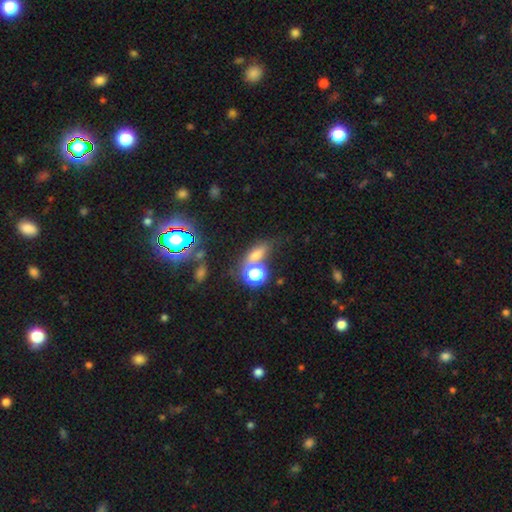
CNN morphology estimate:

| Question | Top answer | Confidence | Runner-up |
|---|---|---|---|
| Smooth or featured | smooth | 64% | star or artifact (24%) |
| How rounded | in between | 56% | round (30%) |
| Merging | none | 50% | merger (31%) |